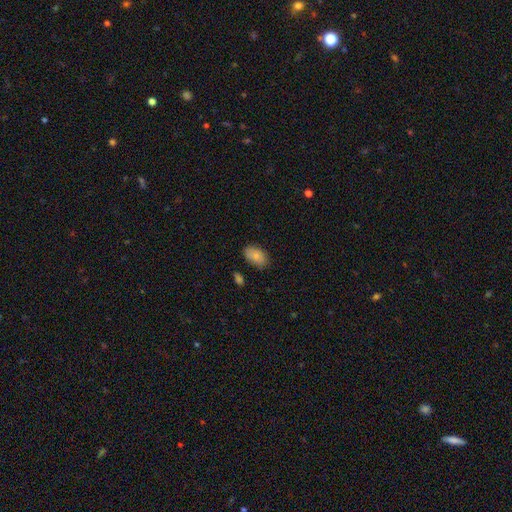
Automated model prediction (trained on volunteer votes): smooth 83%, featured or disk 9%, star or artifact 7%. Down the decision tree: how rounded — in between (91%); merging — none (79%).